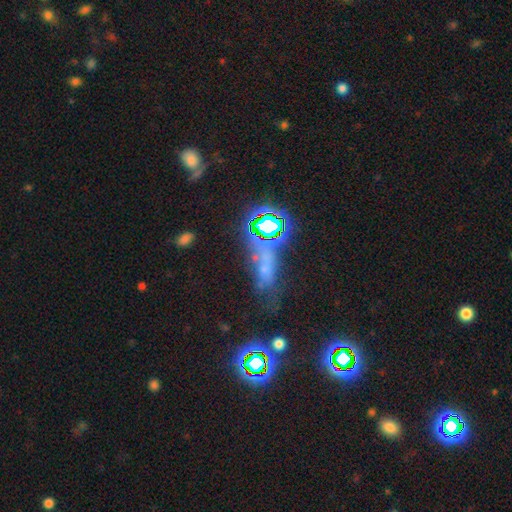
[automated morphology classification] A star or artifact, not a galaxy (53%).